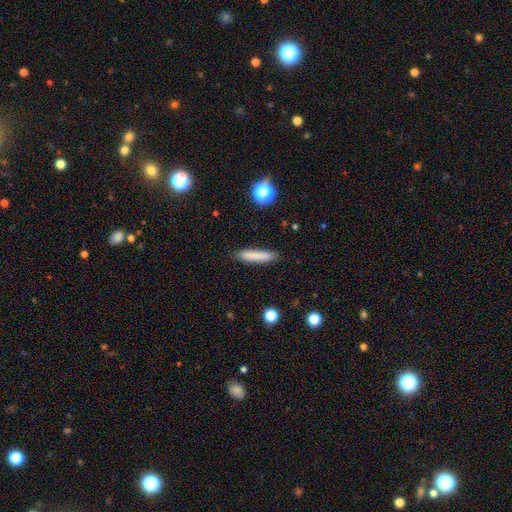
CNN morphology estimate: This is clearly a smooth galaxy (82%). How rounded: clearly cigar-shaped (90%). Merging: clearly none (89%).